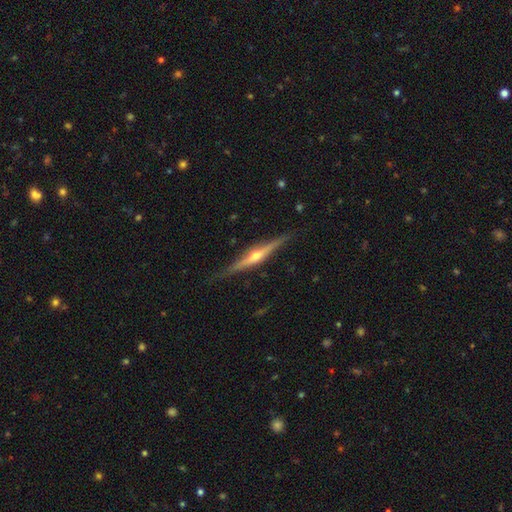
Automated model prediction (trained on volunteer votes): This appears to be a featured or disk galaxy (82%) viewed edge-on (98%) with a rounded central bulge (92%). Merging: none (87%).